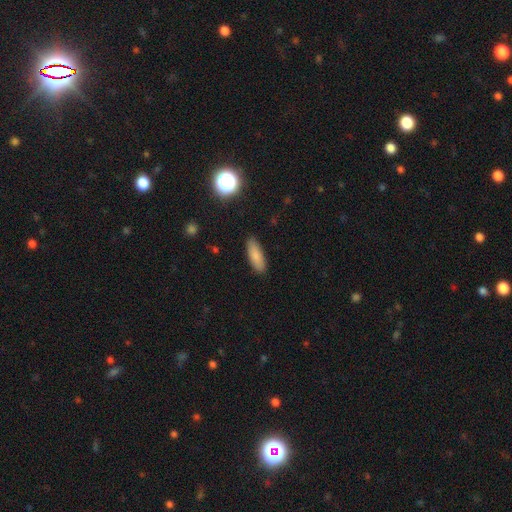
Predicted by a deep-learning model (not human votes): Smooth or featured?
  - smooth: 84% *
  - featured or disk: 8%
  - star or artifact: 8%
How rounded?
  - in between: 59% *
  - cigar-shaped: 39%
  - round: 2%
Merging?
  - none: 88% *
  - minor disturbance: 9%
  - major disturbance: 2%
  - merger: 1%